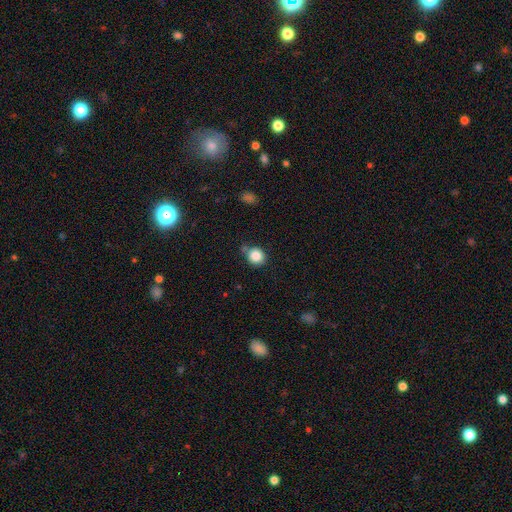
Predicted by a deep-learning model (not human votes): Smooth or featured?
  - smooth: 85% *
  - star or artifact: 10%
  - featured or disk: 5%
How rounded?
  - round: 88% *
  - in between: 11%
  - cigar-shaped: 1%
Merging?
  - none: 68% *
  - minor disturbance: 19%
  - merger: 9%
  - major disturbance: 5%